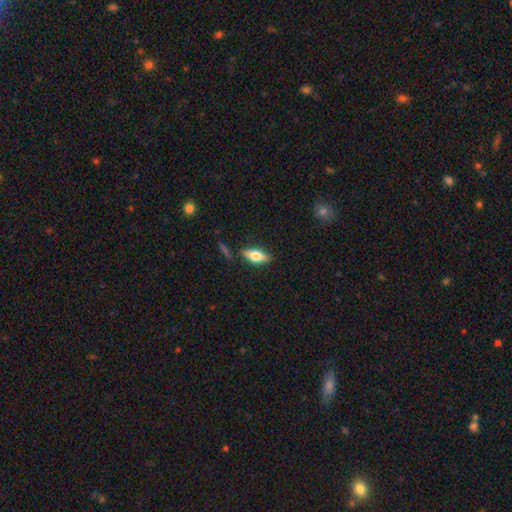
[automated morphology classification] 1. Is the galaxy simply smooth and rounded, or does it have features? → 65% smooth, 28% featured or disk, 7% star or artifact.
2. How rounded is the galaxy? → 78% in between, 19% cigar-shaped, 4% round.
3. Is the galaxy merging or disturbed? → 82% none, 12% minor disturbance, 3% merger, 3% major disturbance.